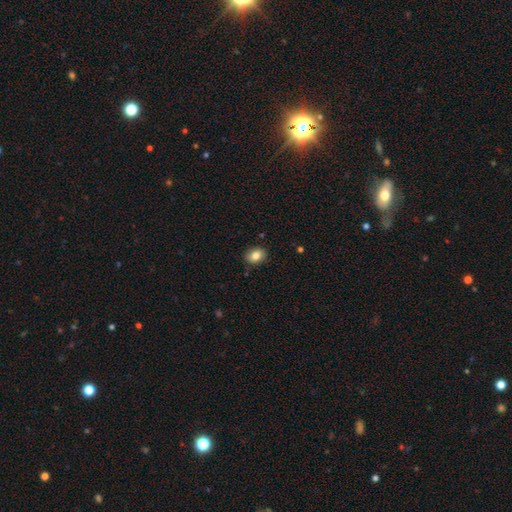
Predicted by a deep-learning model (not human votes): smooth_or_featured: smooth (p=0.83) [alt: star or artifact p=0.09]
how_rounded: in between (p=0.61) [alt: round p=0.38]
merging: none (p=0.87) [alt: minor disturbance p=0.10]